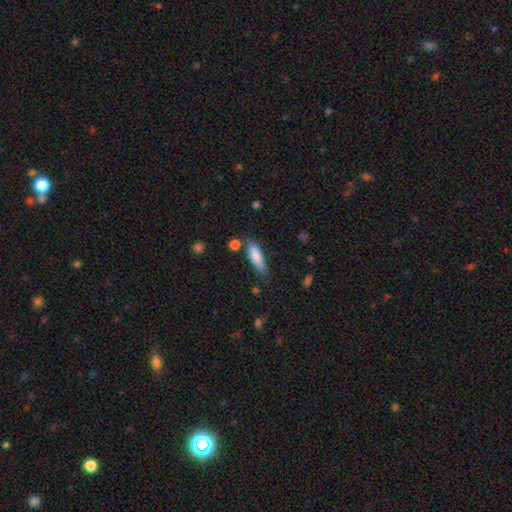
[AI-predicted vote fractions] This is clearly a smooth galaxy (83%). How rounded: likely cigar-shaped (61%). Merging: likely none (73%).